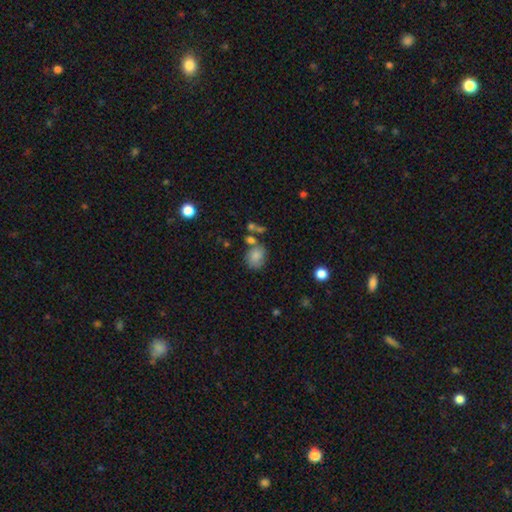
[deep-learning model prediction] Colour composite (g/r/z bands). It shows a smooth galaxy with no disk features (79%) that is round (52%). Merging: none (59%).